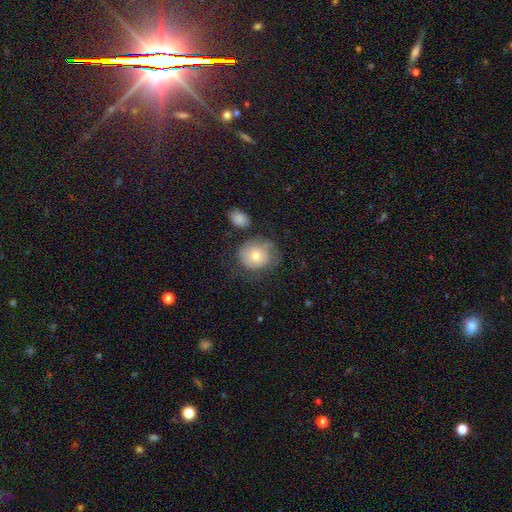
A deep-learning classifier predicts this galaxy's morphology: Q: Smooth or featured?
A: smooth (64%); runner-up: featured or disk (27%)
Q: How rounded?
A: round (70%); runner-up: in between (29%)
Q: Merging?
A: none (52%); runner-up: minor disturbance (27%)